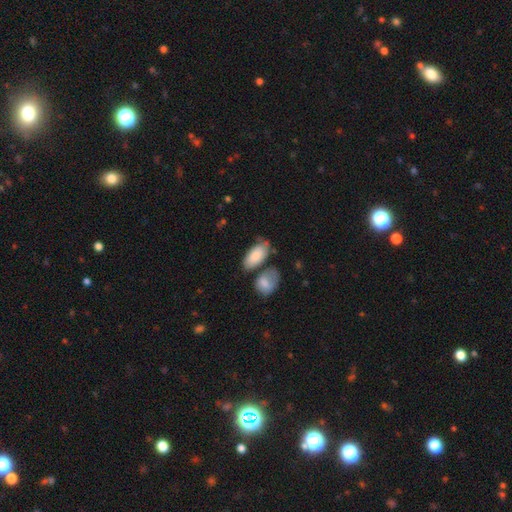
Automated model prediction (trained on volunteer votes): smooth-or-featured: smooth: 81% | featured or disk: 14% | star or artifact: 6%
  how-rounded: in between: 92% | cigar-shaped: 5% | round: 3%
  merging: none: 51% | minor disturbance: 22% | merger: 20% | major disturbance: 7%